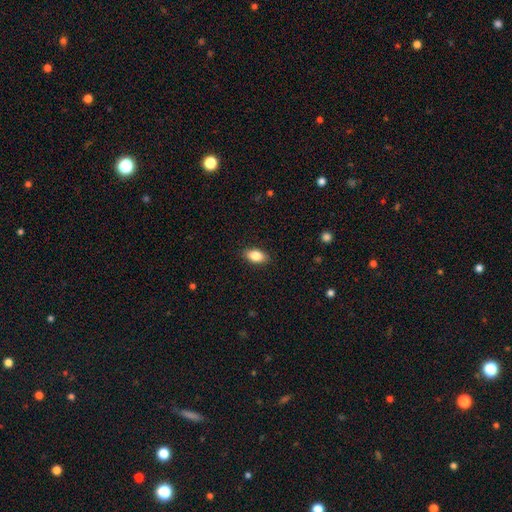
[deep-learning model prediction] Overall: smooth (85%). How rounded: in between (91%). Merging: none (89%).